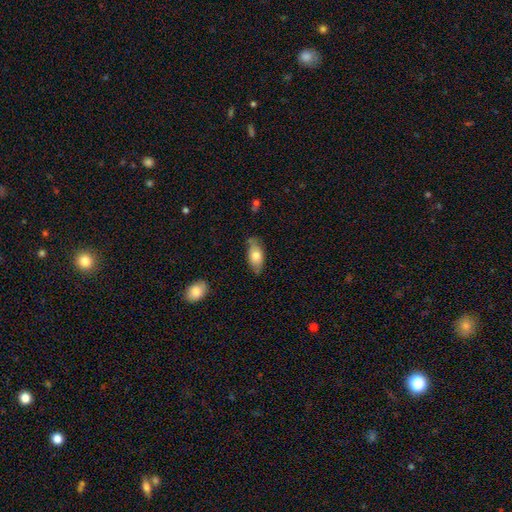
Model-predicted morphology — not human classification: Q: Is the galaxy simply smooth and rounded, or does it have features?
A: smooth — 71%.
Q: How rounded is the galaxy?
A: in between — 89%.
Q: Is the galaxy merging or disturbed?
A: none — 68%.